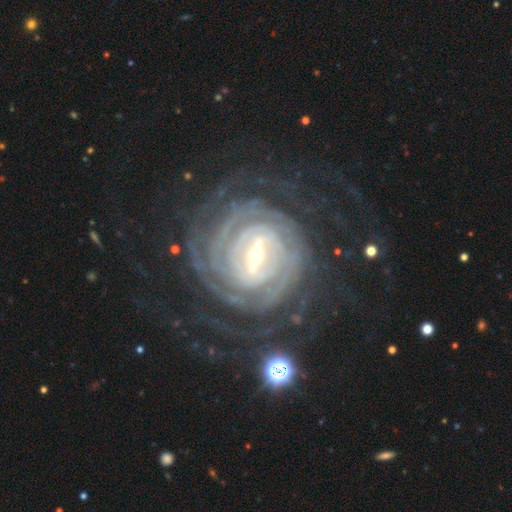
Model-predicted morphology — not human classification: featured or disk 92%, star or artifact 5%, smooth 3%. Down the decision tree: edge-on disk — no (97%); bar — strong (62%); spiral arms — yes (98%); spiral arm count — can't tell (24%); spiral winding — tight (83%); bulge size — small (68%); merging — none (76%).